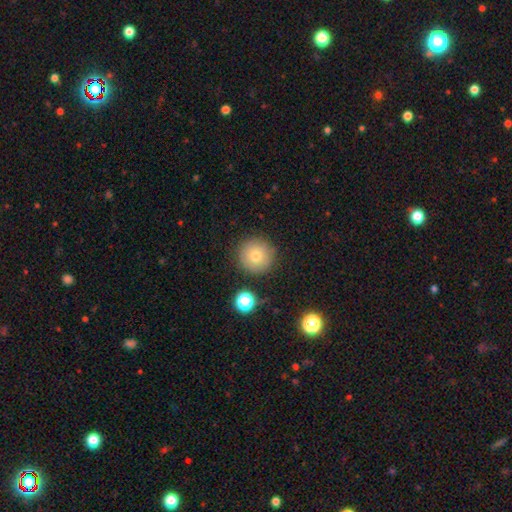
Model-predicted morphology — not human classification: Smooth or featured? smooth (76%)
How rounded? round (96%)
Merging? none (88%)